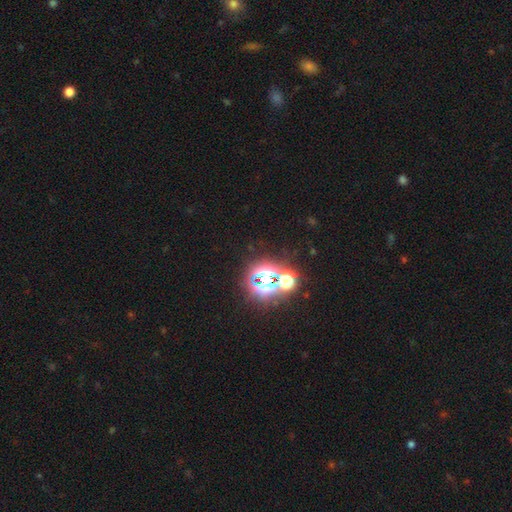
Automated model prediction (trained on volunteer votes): Smooth or featured?
  - star or artifact: 77% *
  - smooth: 16%
  - featured or disk: 7%